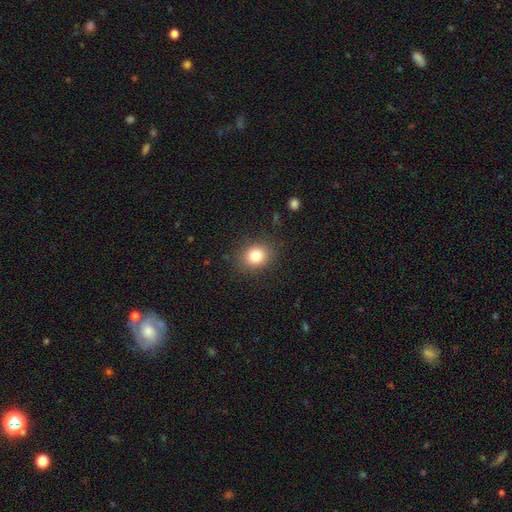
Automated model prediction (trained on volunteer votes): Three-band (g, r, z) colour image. It shows a smooth galaxy with no disk features (81%) that is round (65%). Merging: none (86%).